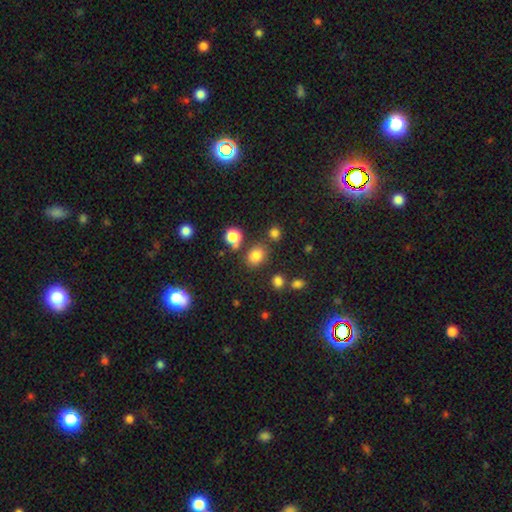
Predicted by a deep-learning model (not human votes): A smooth galaxy with no disk features (78%) that is in between round and cigar-shaped (52%). Merging: none (74%).